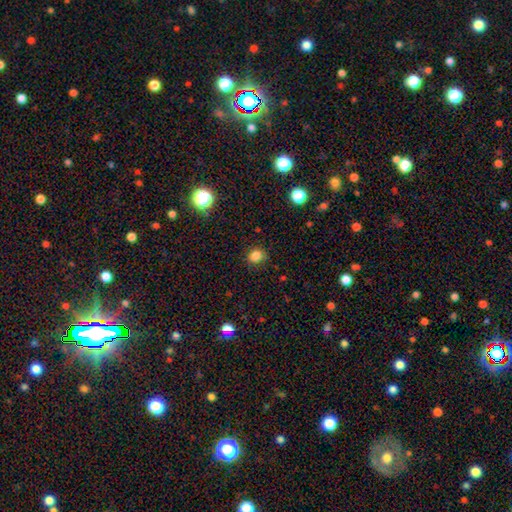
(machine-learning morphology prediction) A smooth galaxy with no disk features (82%) that is round (74%). Merging: none (85%).